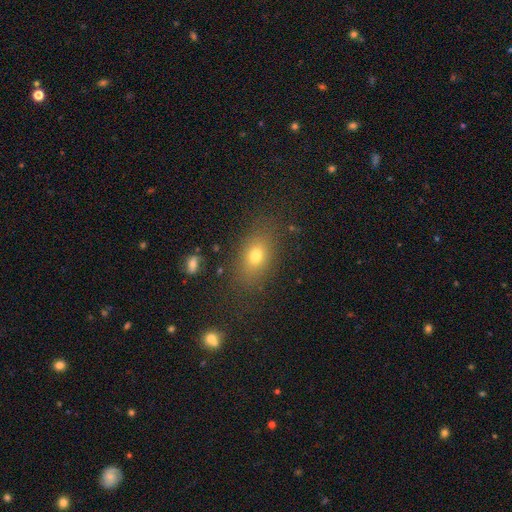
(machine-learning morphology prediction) Smooth or featured: smooth — 72% (star or artifact — 15%)
How rounded: in between — 77% (round — 20%)
Merging: none — 80% (minor disturbance — 12%)